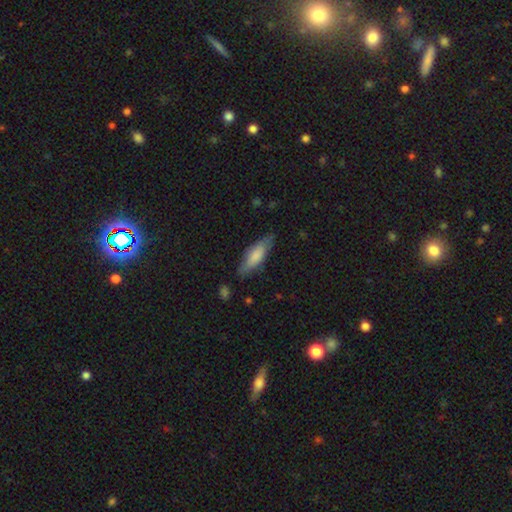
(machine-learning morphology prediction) This is likely a smooth galaxy (75%). How rounded: possibly in between (51%). Merging: likely none (74%).